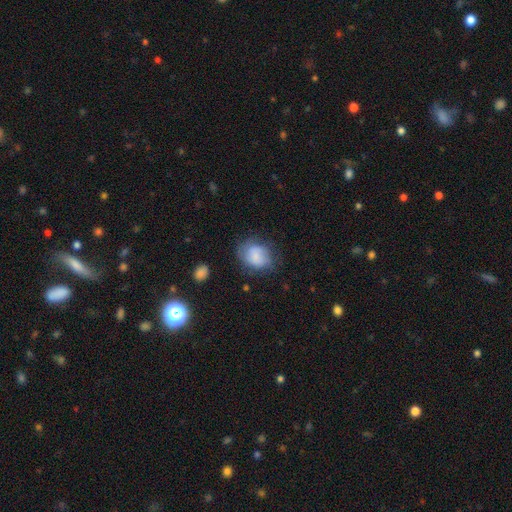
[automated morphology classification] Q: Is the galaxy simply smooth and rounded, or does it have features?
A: smooth — 75%.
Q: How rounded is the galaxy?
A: in between — 51%.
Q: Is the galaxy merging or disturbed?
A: none — 58%.